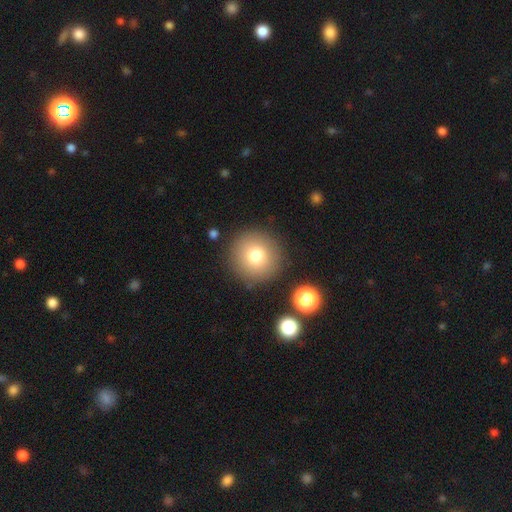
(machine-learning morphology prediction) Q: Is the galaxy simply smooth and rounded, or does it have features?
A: smooth — 76%.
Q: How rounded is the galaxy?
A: round — 95%.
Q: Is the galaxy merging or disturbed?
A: none — 87%.